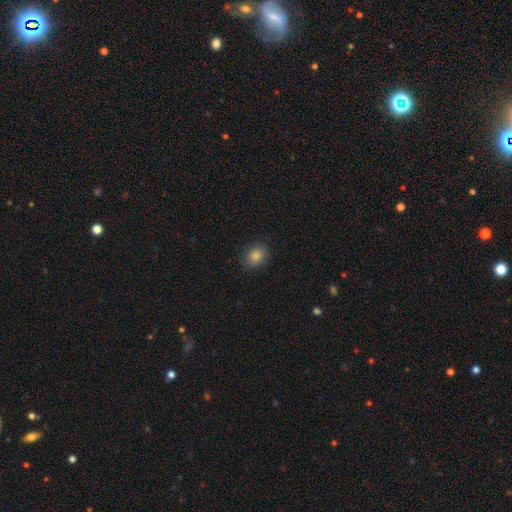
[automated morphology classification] This is clearly a smooth galaxy (82%). How rounded: possibly in between (55%). Merging: clearly none (87%).